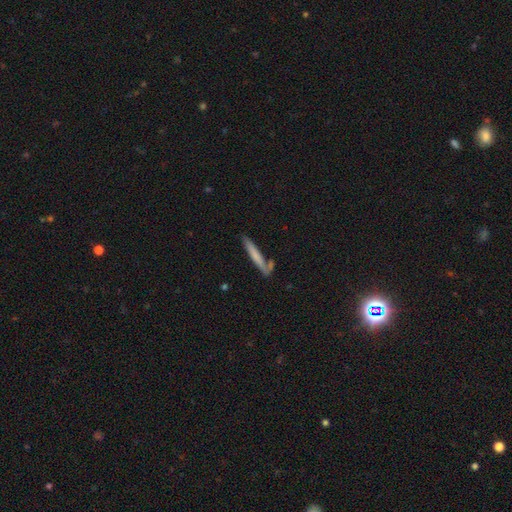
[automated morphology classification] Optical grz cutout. It shows a smooth galaxy with no disk features (67%) that is cigar-shaped (94%). Merging: none (72%).